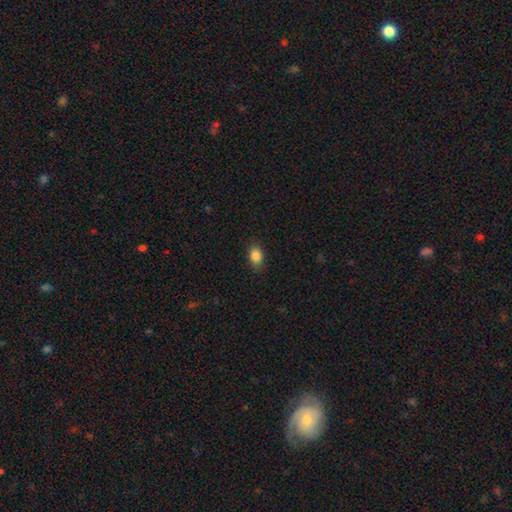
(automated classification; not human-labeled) Smooth or featured? smooth (87%)
How rounded? in between (80%)
Merging? none (86%)